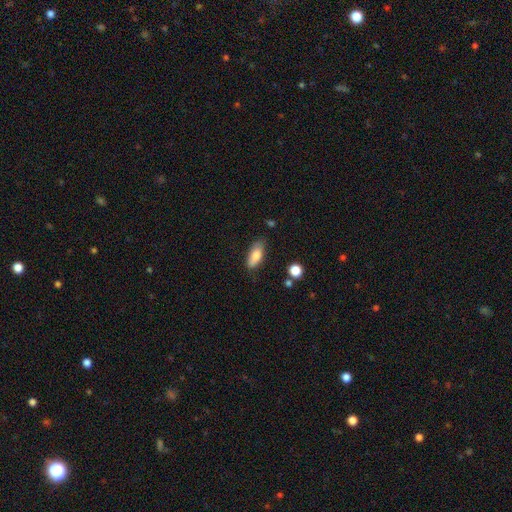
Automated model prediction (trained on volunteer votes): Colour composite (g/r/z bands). It shows a smooth galaxy with no disk features (80%) that is in between round and cigar-shaped (79%). Merging: none (71%).